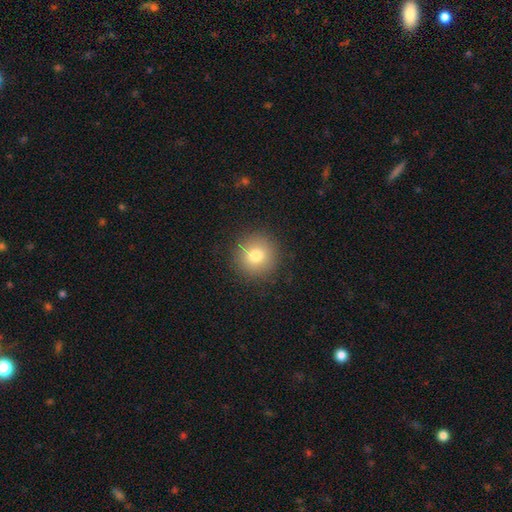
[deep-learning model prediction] The model was most divided on "smooth or featured": smooth: 77%, star or artifact: 11%, featured or disk: 11%. More confident: how rounded — round (94%); merging — none (89%).